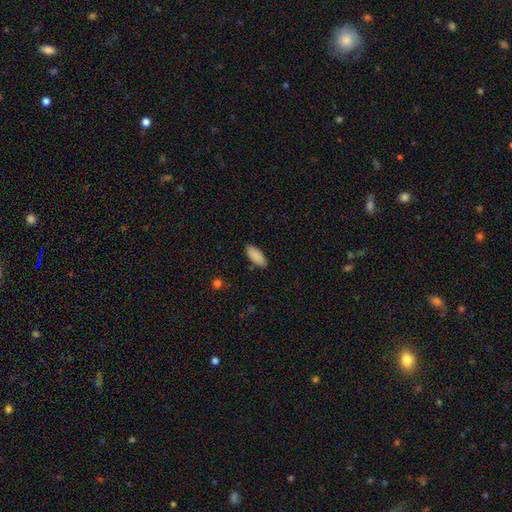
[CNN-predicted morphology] Smooth or featured? Predicted: smooth (p=0.90). How rounded? Predicted: in between (p=0.83). Merging? Predicted: none (p=0.87).